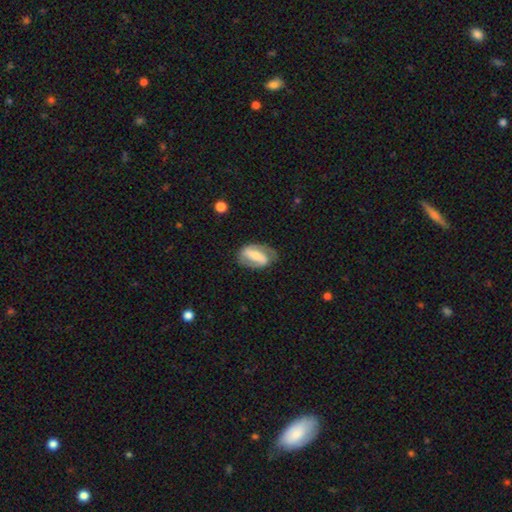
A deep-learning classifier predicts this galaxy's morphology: Q: Smooth or featured?
A: featured or disk (65%); runner-up: smooth (29%)
Q: Edge-on disk?
A: no (93%); runner-up: yes (7%)
Q: Bar?
A: strong (64%); runner-up: weak (23%)
Q: Spiral arms?
A: yes (78%); runner-up: no (22%)
Q: Bulge size?
A: small (45%); runner-up: moderate (37%)
Q: Merging?
A: none (68%); runner-up: minor disturbance (21%)